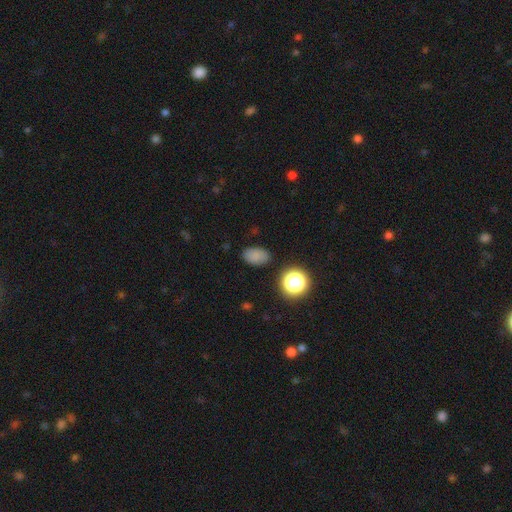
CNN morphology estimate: smooth_or_featured: smooth (p=0.80) [alt: star or artifact p=0.14]
how_rounded: in between (p=0.84) [alt: round p=0.15]
merging: none (p=0.84) [alt: minor disturbance p=0.11]